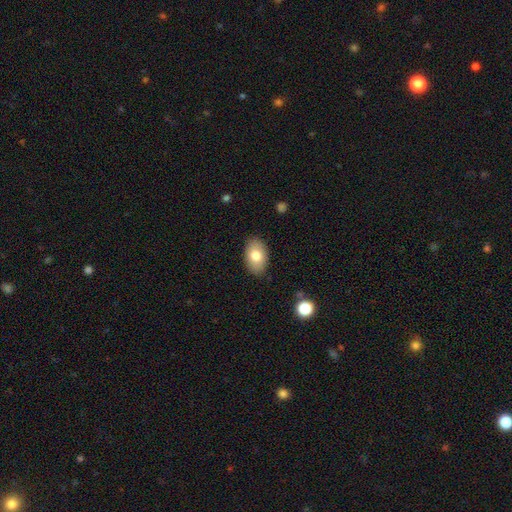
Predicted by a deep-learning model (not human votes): A smooth galaxy with no disk features (79%) that is in between round and cigar-shaped (91%). Merging: none (87%).